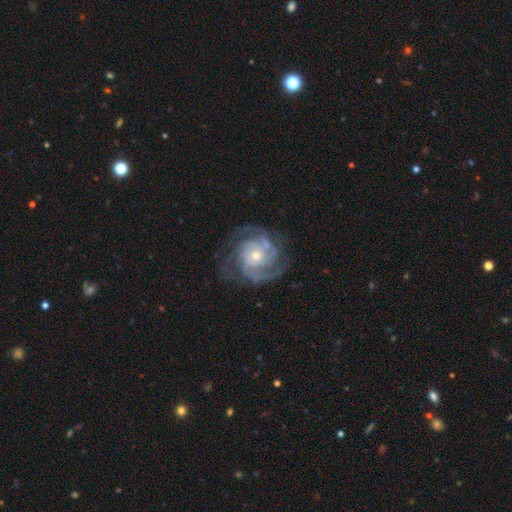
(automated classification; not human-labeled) The model was most divided on "bulge size": moderate: 49%, small: 46%, large: 3%, none: 1%, dominant: 1%. Remaining: edge-on disk — no (98%); spiral arms — yes (97%); smooth or featured — featured or disk (90%); merging — none (75%); bar — no (73%); spiral winding — tight (60%); spiral arm count — 3 (38%).